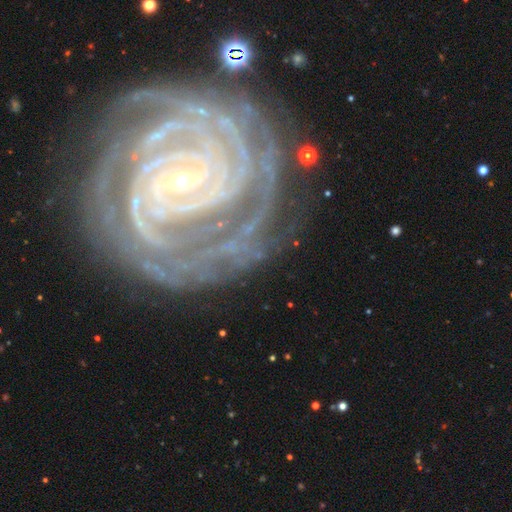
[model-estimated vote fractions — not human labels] Smooth or featured? Predicted: featured or disk (p=0.90). Edge-on disk? Predicted: no (p=0.97). Bar? Predicted: no (p=0.38). Spiral arms? Predicted: yes (p=0.99). Spiral winding? Predicted: tight (p=0.85). Spiral arm count? Predicted: 4 (p=0.21). Bulge size? Predicted: small (p=0.84). Merging? Predicted: none (p=0.75).